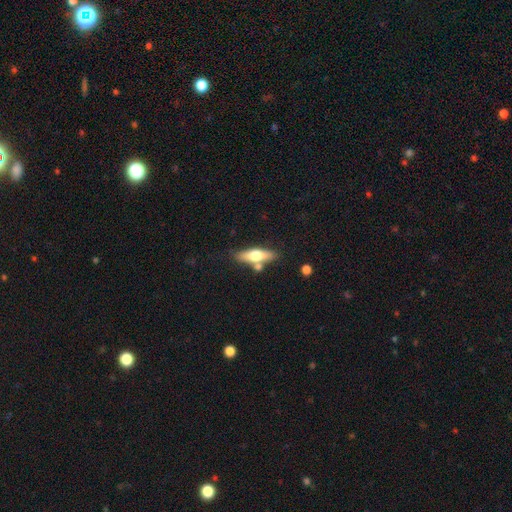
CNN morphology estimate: smooth-or-featured: smooth: 50% | featured or disk: 44% | star or artifact: 6%
  how-rounded: cigar-shaped: 55% | in between: 42% | round: 3%
  merging: none: 71% | minor disturbance: 13% | merger: 12% | major disturbance: 3%